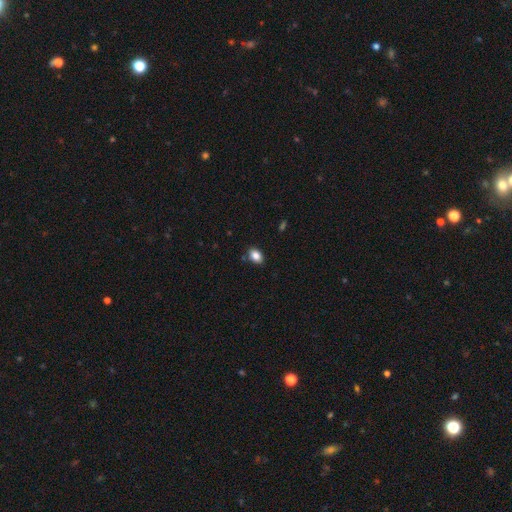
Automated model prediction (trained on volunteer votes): smooth 85%, star or artifact 9%, featured or disk 6%. Down the decision tree: how rounded — in between (85%); merging — none (85%).